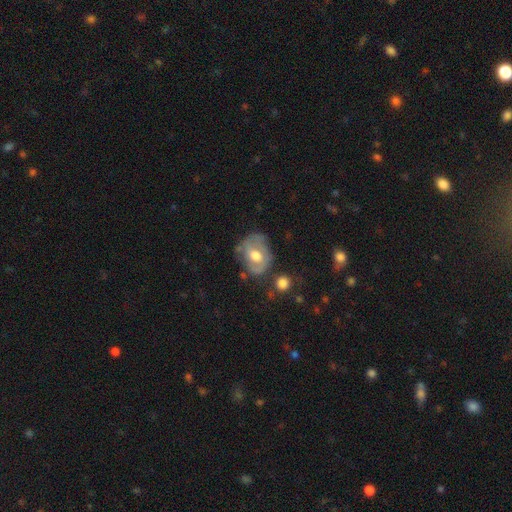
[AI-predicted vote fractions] The model was most divided on "spiral arms": no: 53%, yes: 47%. More confident: edge-on disk — no (95%); bulge size — moderate (70%); bar — no (56%); smooth or featured — featured or disk (55%); merging — none (54%).